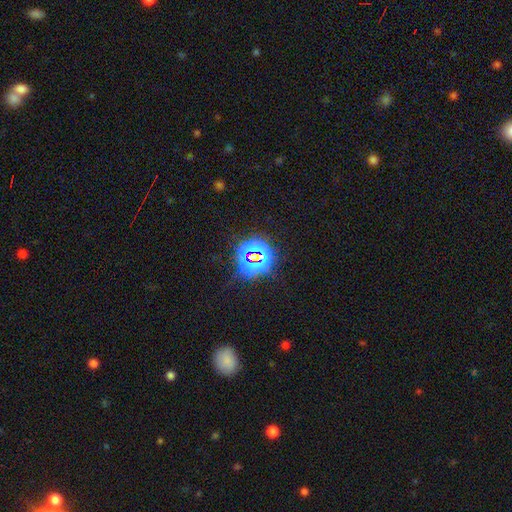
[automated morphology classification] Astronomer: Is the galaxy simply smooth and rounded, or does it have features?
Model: star or artifact — 78%.